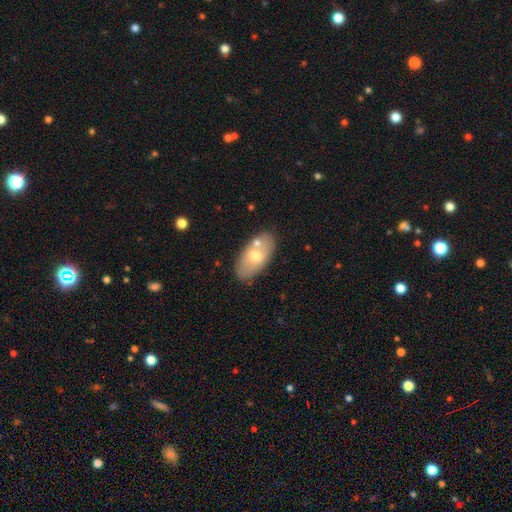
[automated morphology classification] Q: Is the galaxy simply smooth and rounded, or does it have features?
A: smooth — 63%.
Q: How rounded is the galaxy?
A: in between — 93%.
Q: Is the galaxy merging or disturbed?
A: none — 74%.